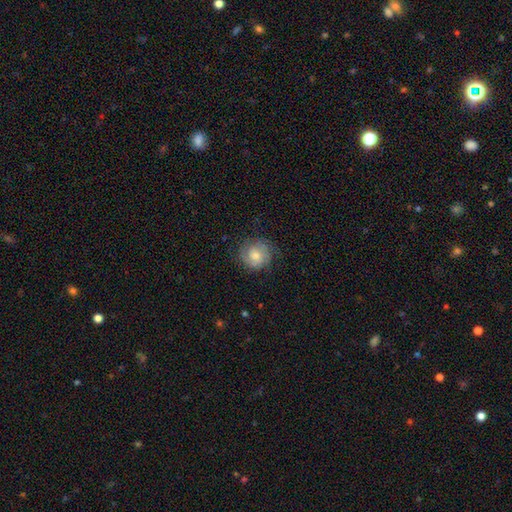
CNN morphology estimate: Overall: smooth (48%; featured or disk 44%). Merging: none (73%).